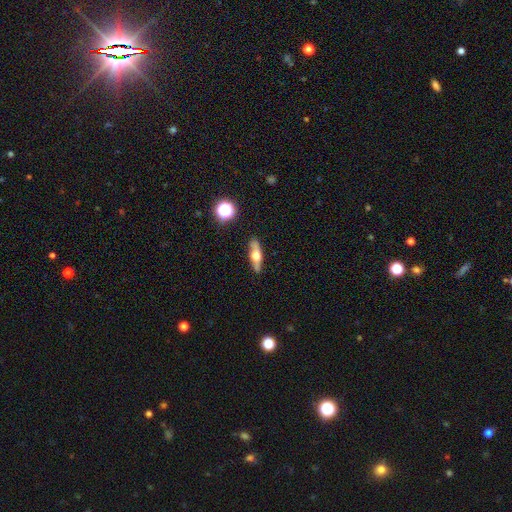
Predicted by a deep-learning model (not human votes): featured or disk 56%, smooth 37%, star or artifact 7%. Down the decision tree: edge-on disk — yes (86%); merging — none (86%).